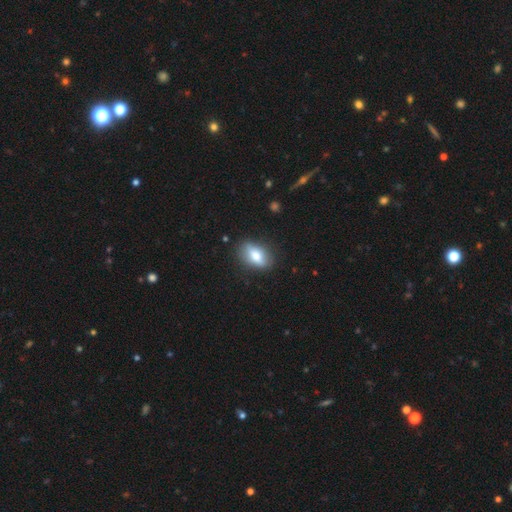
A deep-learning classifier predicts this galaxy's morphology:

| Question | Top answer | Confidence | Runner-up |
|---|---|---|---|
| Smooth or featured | smooth | 72% | featured or disk (21%) |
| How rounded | in between | 85% | round (8%) |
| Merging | none | 80% | minor disturbance (15%) |